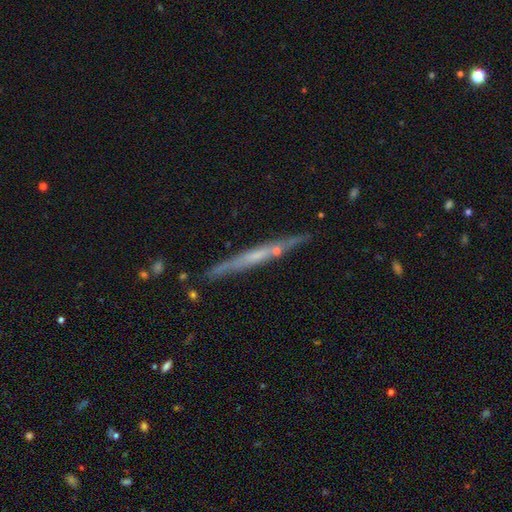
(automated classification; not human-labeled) smooth_or_featured: featured or disk (p=0.62) [alt: smooth p=0.32]
disk_edge_on: yes (p=0.95) [alt: no p=0.05]
edge_on_bulge: none (p=0.66) [alt: rounded p=0.25]
merging: none (p=0.80) [alt: minor disturbance p=0.12]